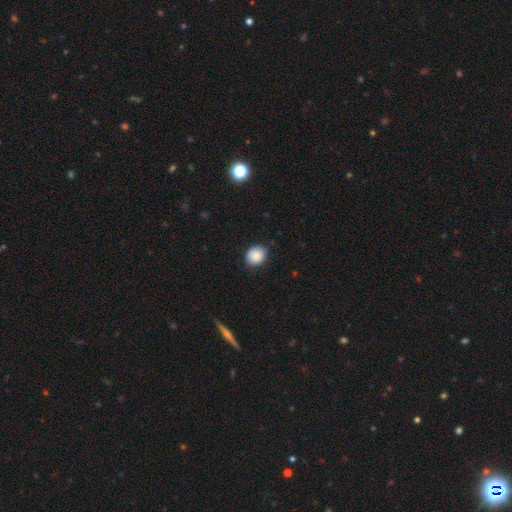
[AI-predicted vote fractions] smooth 86%, star or artifact 9%, featured or disk 5%. Down the decision tree: how rounded — round (78%); merging — none (85%).